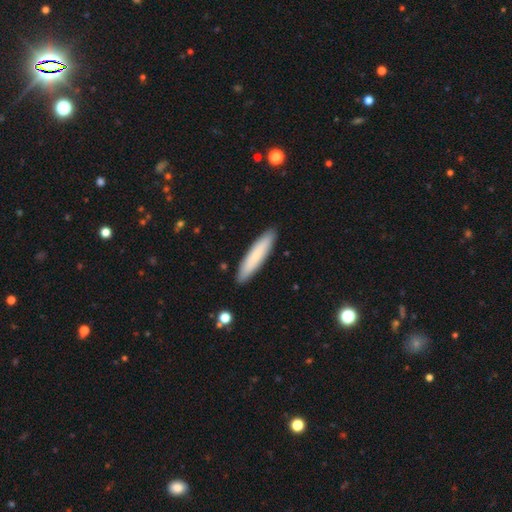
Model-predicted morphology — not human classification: type=smooth (76%); roundness=cigar-shaped (84%); merging=none (90%).